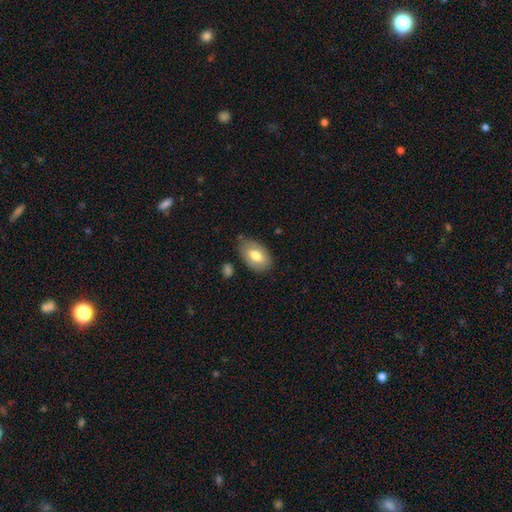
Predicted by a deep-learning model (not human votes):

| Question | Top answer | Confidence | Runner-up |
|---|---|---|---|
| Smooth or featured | smooth | 67% | featured or disk (27%) |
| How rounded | in between | 92% | round (7%) |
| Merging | none | 74% | minor disturbance (19%) |